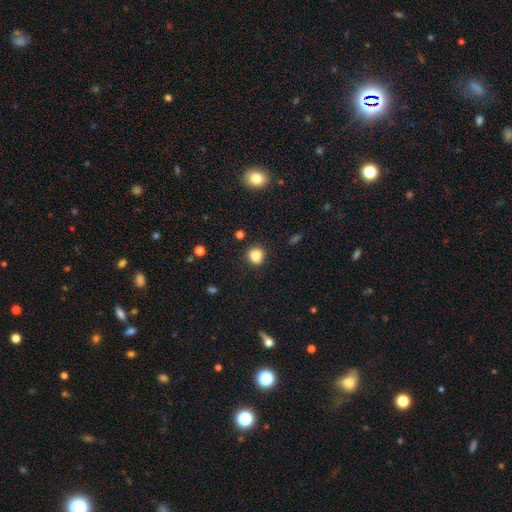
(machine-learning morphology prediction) Smooth or featured? Predicted: smooth (p=0.85). How rounded? Predicted: round (p=0.71). Merging? Predicted: none (p=0.77).